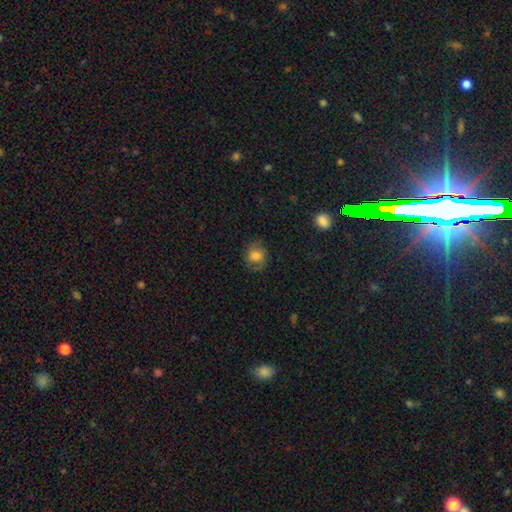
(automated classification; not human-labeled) Overall: smooth (72%). How rounded: round (66%; in between 33%). Merging: none (73%).